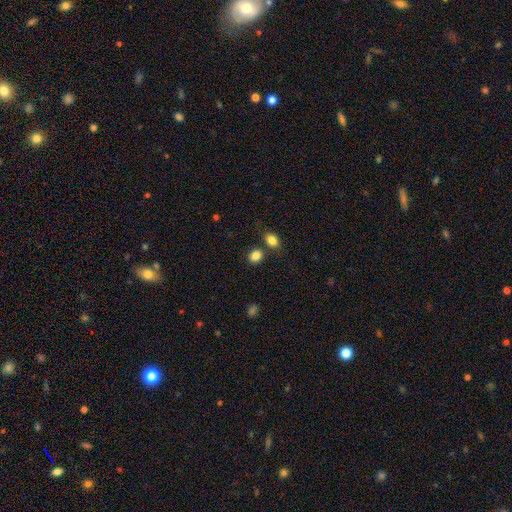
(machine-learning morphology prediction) Smooth or featured? Predicted: smooth (p=0.85). How rounded? Predicted: round (p=0.63). Merging? Predicted: none (p=0.74).